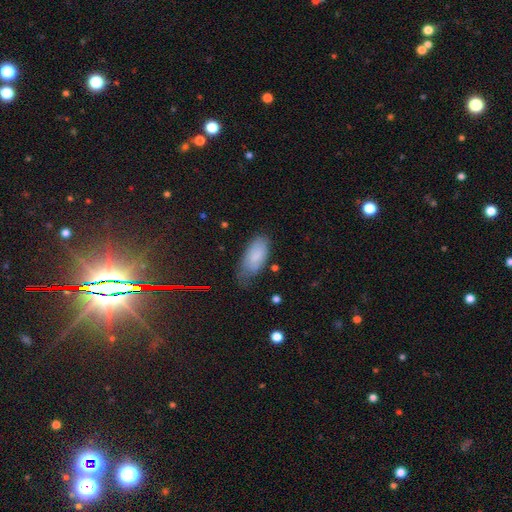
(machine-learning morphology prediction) smooth-or-featured: smooth: 78% | featured or disk: 13% | star or artifact: 8%
  how-rounded: in between: 89% | cigar-shaped: 9% | round: 2%
  merging: none: 51% | minor disturbance: 36% | major disturbance: 10% | merger: 2%